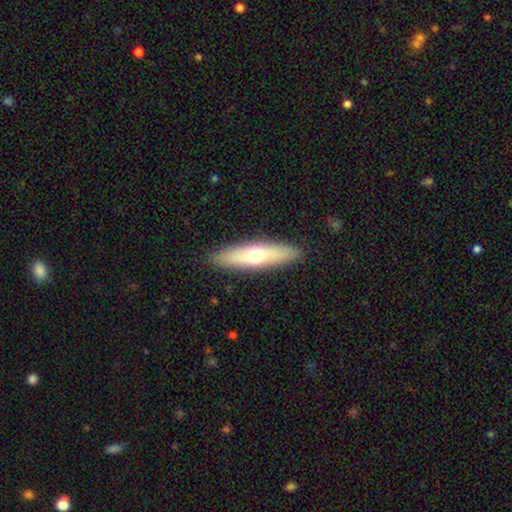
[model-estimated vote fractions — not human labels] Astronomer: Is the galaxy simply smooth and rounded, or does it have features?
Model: smooth — 58% (runner-up: featured or disk, 36%).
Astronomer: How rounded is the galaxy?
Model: cigar-shaped — 65%.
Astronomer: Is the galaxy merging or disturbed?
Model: none — 89%.